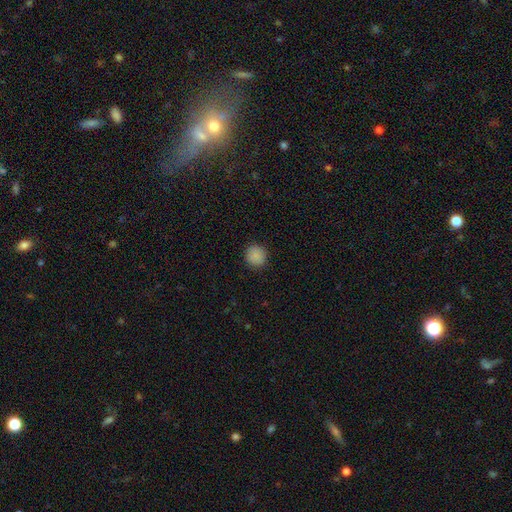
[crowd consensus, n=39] Smooth or featured?
  - smooth: 85% *
  - featured or disk: 8%
  - star or artifact: 8%
How rounded?
  - round: 91% *
  - in between: 6%
  - cigar-shaped: 3%
Merging?
  - none: 97% *
  - minor disturbance: 3%
  - major disturbance: 0%
  - merger: 0%